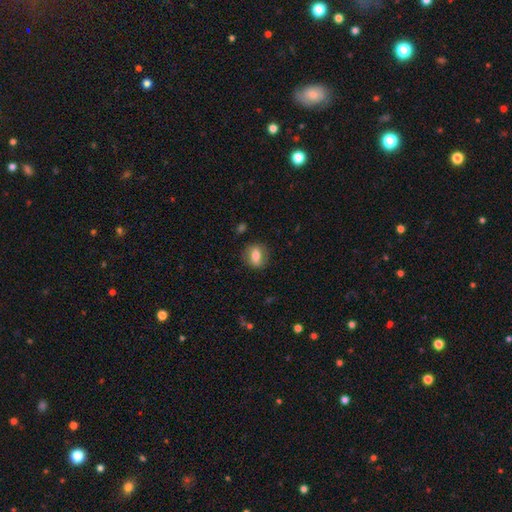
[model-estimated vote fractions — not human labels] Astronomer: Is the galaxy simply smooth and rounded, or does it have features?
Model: smooth — 71%.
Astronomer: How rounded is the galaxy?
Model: in between — 53% (runner-up: round, 44%).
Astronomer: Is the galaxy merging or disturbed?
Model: none — 82%.